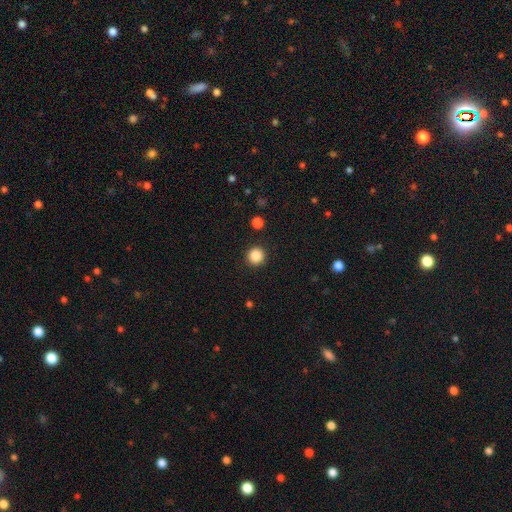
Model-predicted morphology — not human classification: smooth_or_featured: smooth (p=0.86) [alt: star or artifact p=0.11]
how_rounded: round (p=0.95) [alt: in between p=0.04]
merging: none (p=0.92) [alt: minor disturbance p=0.05]